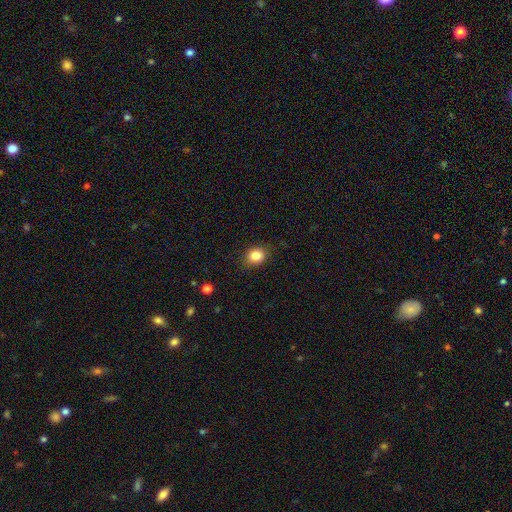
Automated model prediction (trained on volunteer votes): A smooth galaxy with no disk features (85%) that is round (57%).

Vote fractions:
- Smooth or featured? smooth: 85% / star or artifact: 10% / featured or disk: 5%
- How rounded? round: 57% / in between: 42% / cigar-shaped: 1%
- Merging? none: 85% / minor disturbance: 11% / major disturbance: 3% / merger: 1%